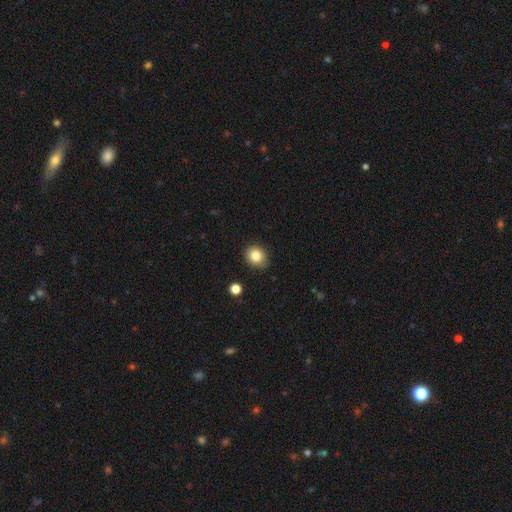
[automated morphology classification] Smooth or featured? Predicted: smooth (p=0.83). How rounded? Predicted: round (p=0.68). Merging? Predicted: none (p=0.86).